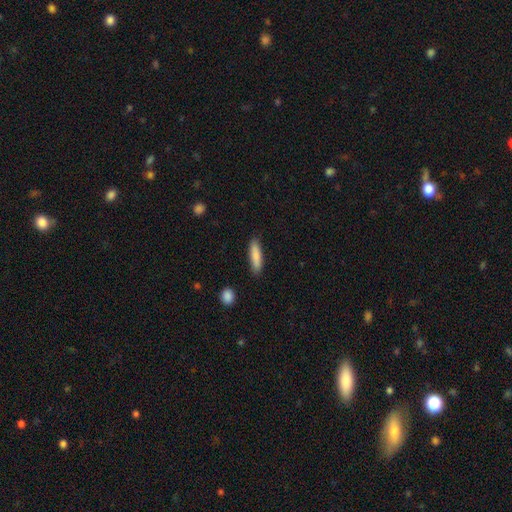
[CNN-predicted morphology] This appears to be a smooth galaxy with no disk features (85%) that is cigar-shaped (72%). Merging: none (86%).